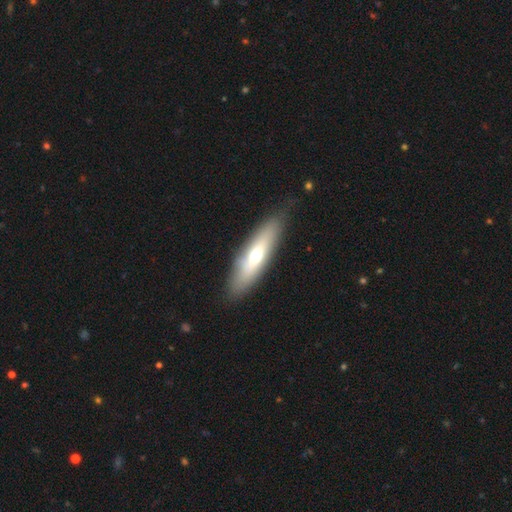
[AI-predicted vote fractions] Overall: smooth (56%; featured or disk 37%). How rounded: cigar-shaped (60%; in between 38%). Merging: none (83%).